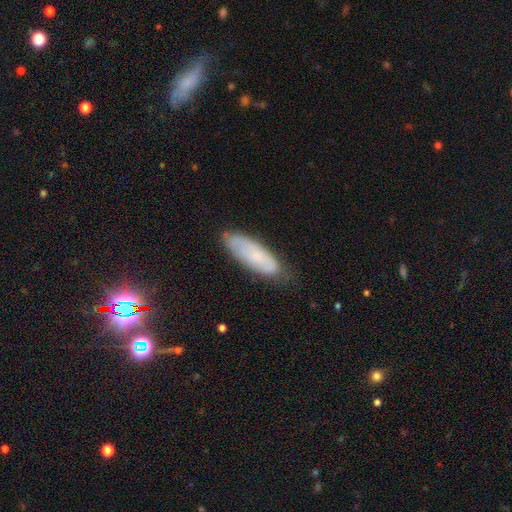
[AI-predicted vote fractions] The model was most divided on "how rounded": in between: 57%, cigar-shaped: 41%, round: 2%. More confident: merging — none (73%); smooth or featured — smooth (63%).